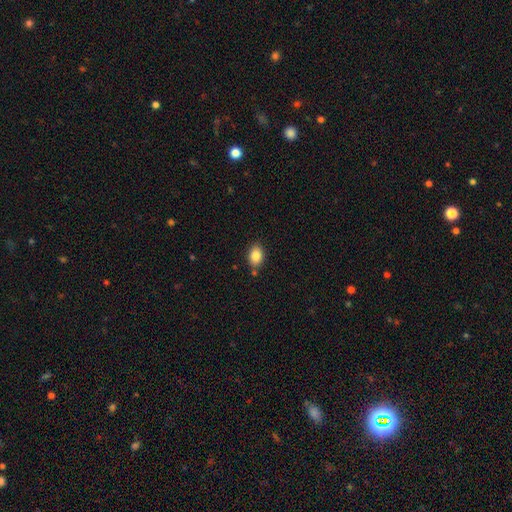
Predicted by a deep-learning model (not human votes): This appears to be a smooth galaxy with no disk features (86%) that is in between round and cigar-shaped (77%). Merging: none (80%).